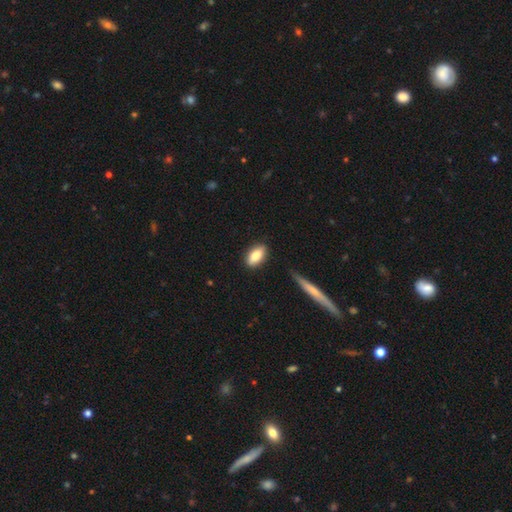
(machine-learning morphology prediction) Smooth or featured: smooth — 82% (featured or disk — 12%)
How rounded: in between — 86% (cigar-shaped — 10%)
Merging: none — 85% (minor disturbance — 10%)